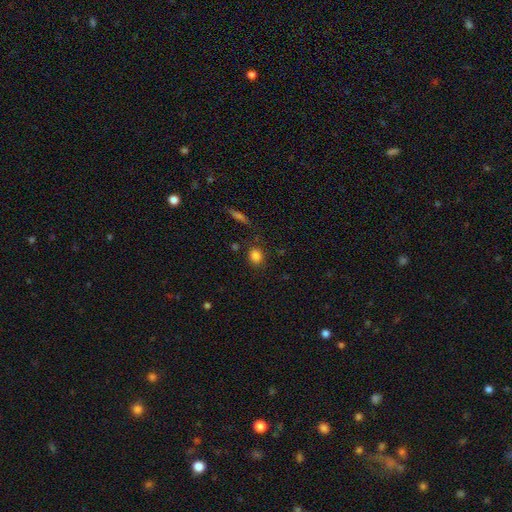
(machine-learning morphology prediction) smooth-or-featured: smooth: 84% | star or artifact: 11% | featured or disk: 5%
  how-rounded: round: 68% | in between: 30% | cigar-shaped: 2%
  merging: none: 82% | minor disturbance: 11% | merger: 4% | major disturbance: 3%